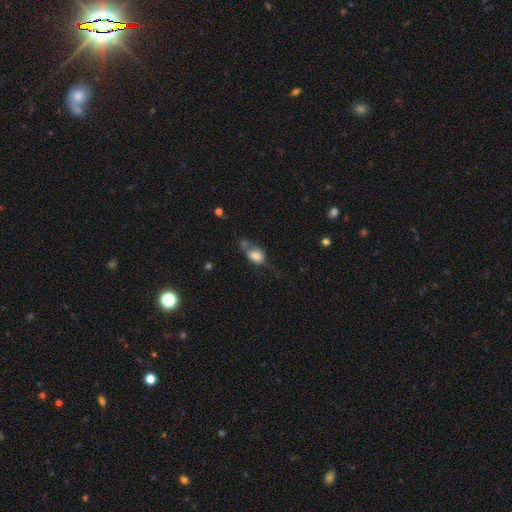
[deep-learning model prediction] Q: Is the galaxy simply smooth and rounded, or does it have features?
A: smooth — 72%.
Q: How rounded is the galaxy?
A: in between — 73%.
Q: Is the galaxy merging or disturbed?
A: minor disturbance — 27%, tied with major disturbance and none.